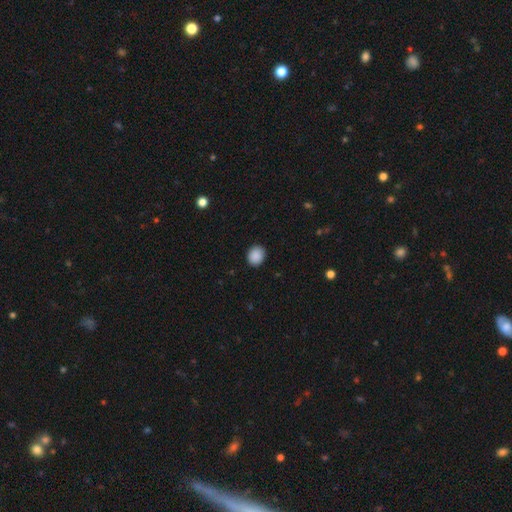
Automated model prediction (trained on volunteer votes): Morphology: type=smooth (89%); roundness=round (66%); merging=none (90%).